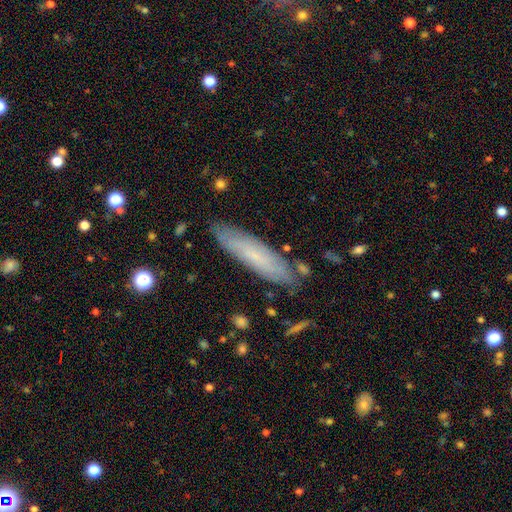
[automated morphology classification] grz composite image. It shows a smooth galaxy with no disk features (58%) that is cigar-shaped (77%). Merging: none (82%).